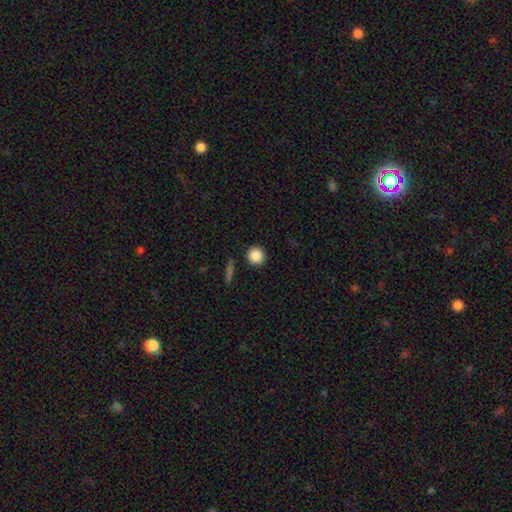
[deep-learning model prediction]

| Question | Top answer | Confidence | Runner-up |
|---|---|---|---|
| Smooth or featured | smooth | 87% | star or artifact (9%) |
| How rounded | round | 93% | in between (5%) |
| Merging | none | 90% | minor disturbance (6%) |